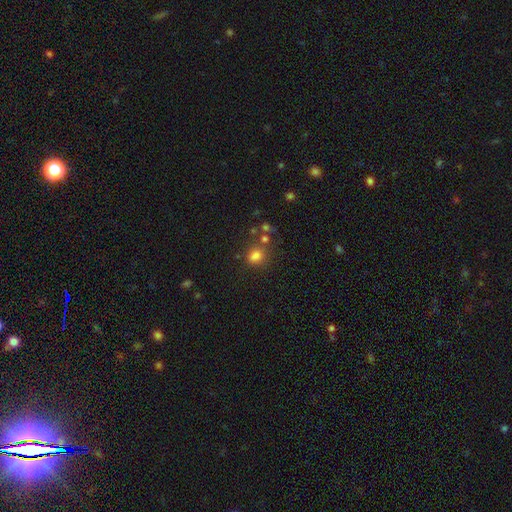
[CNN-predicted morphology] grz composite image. It shows a smooth galaxy with no disk features (77%) that is round (61%). Merging: none (62%).